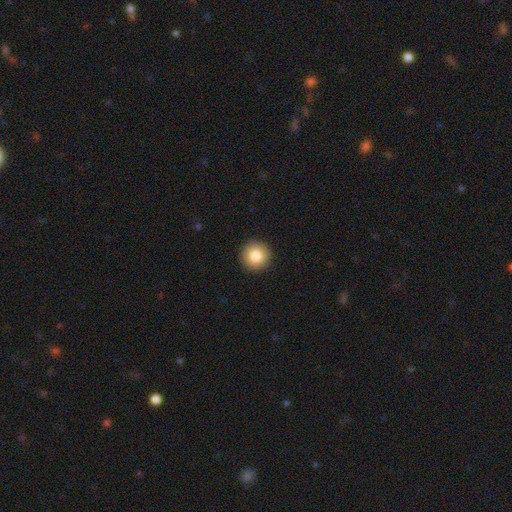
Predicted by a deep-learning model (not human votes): The model was most divided on "smooth or featured": smooth: 84%, star or artifact: 9%, featured or disk: 8%. More confident: how rounded — round (95%); merging — none (93%).